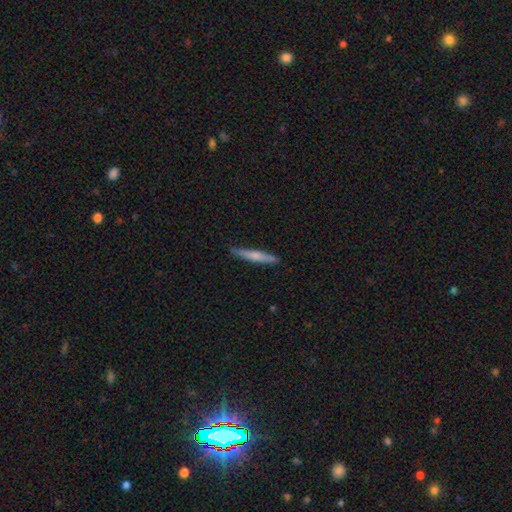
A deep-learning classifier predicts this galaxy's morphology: Q: Smooth or featured?
A: smooth (60%); runner-up: featured or disk (35%)
Q: How rounded?
A: cigar-shaped (94%); runner-up: in between (4%)
Q: Merging?
A: none (85%); runner-up: minor disturbance (12%)